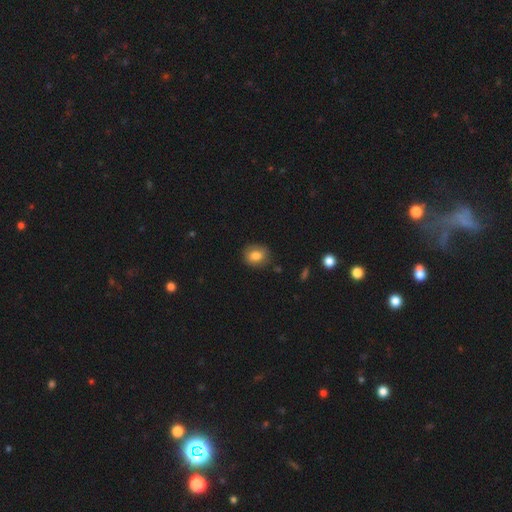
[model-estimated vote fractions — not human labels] smooth_or_featured: smooth (p=0.80) [alt: featured or disk p=0.11]
how_rounded: round (p=0.58) [alt: in between p=0.41]
merging: none (p=0.81) [alt: minor disturbance p=0.14]